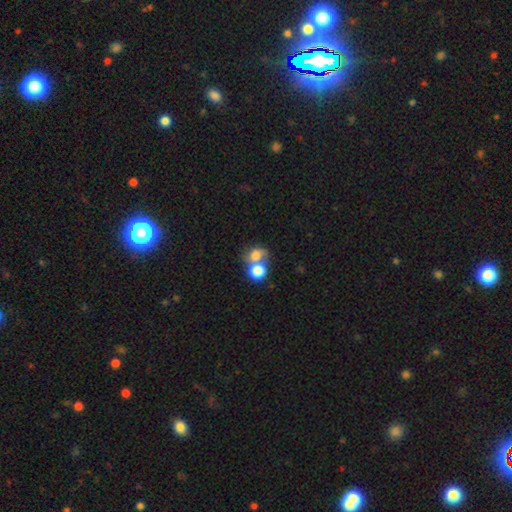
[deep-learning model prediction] Morphology: type=smooth (74%); roundness=round (64%); merging=merger (61%).